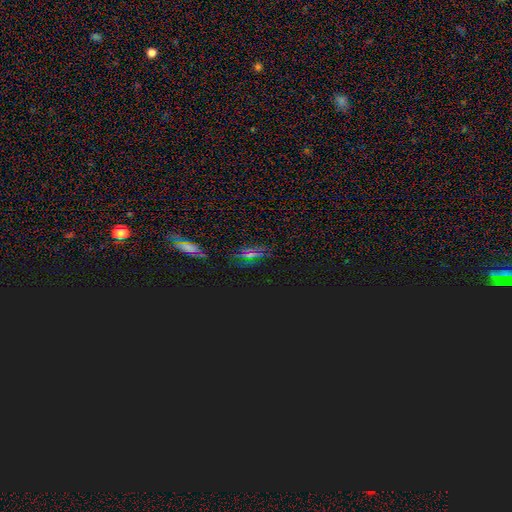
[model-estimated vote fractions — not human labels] Smooth or featured? Predicted: star or artifact (p=0.57).